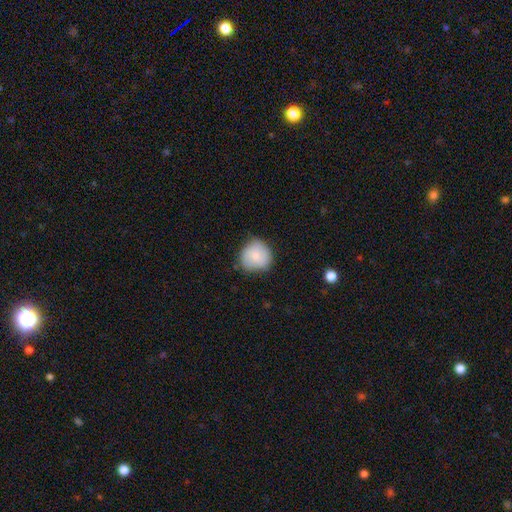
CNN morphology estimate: This is likely a smooth galaxy (76%). How rounded: clearly round (88%). Merging: likely none (70%).